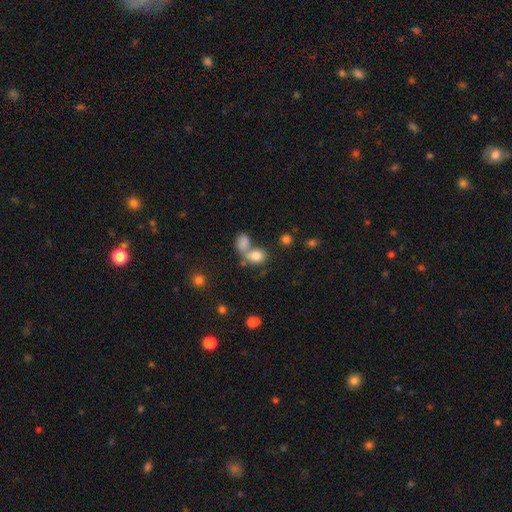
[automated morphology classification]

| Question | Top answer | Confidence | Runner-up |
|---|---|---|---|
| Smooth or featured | smooth | 79% | star or artifact (11%) |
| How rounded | in between | 54% | round (44%) |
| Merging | merger | 52% | none (33%) |